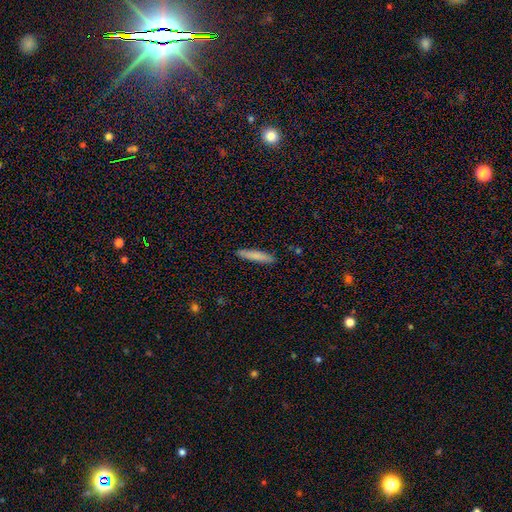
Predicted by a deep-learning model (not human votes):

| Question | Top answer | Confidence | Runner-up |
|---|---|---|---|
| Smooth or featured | smooth | 79% | featured or disk (14%) |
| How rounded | cigar-shaped | 91% | in between (8%) |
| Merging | none | 89% | minor disturbance (8%) |